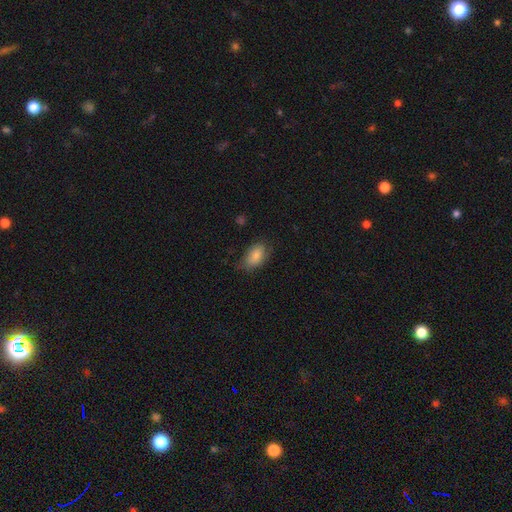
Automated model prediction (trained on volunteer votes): smooth-or-featured: smooth: 79% | featured or disk: 13% | star or artifact: 7%
  how-rounded: in between: 90% | round: 7% | cigar-shaped: 2%
  merging: none: 66% | minor disturbance: 26% | major disturbance: 7% | merger: 1%